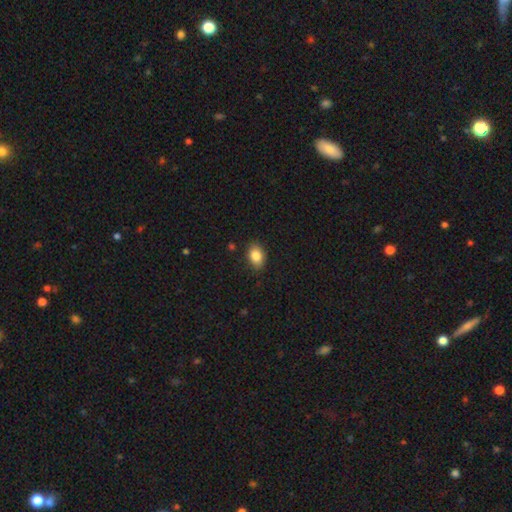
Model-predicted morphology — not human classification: Smooth or featured: smooth — 84% (star or artifact — 9%)
How rounded: in between — 78% (round — 21%)
Merging: none — 84% (minor disturbance — 12%)